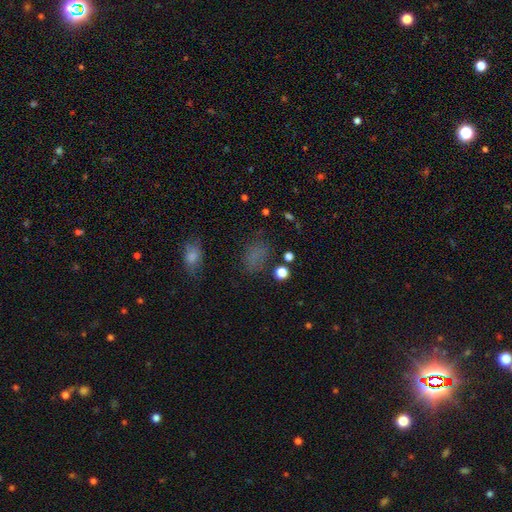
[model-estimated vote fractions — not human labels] This is likely a smooth galaxy (66%). How rounded: likely in between (72%). Merging: likely none (66%).